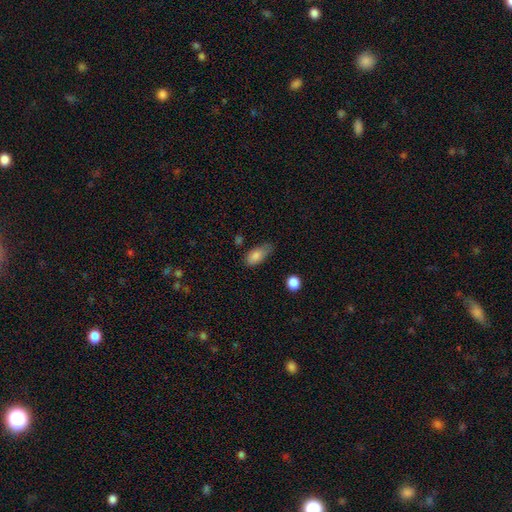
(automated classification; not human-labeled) smooth-or-featured: smooth: 82% | featured or disk: 10% | star or artifact: 8%
  how-rounded: in between: 86% | cigar-shaped: 10% | round: 4%
  merging: none: 53% | minor disturbance: 35% | major disturbance: 9% | merger: 3%